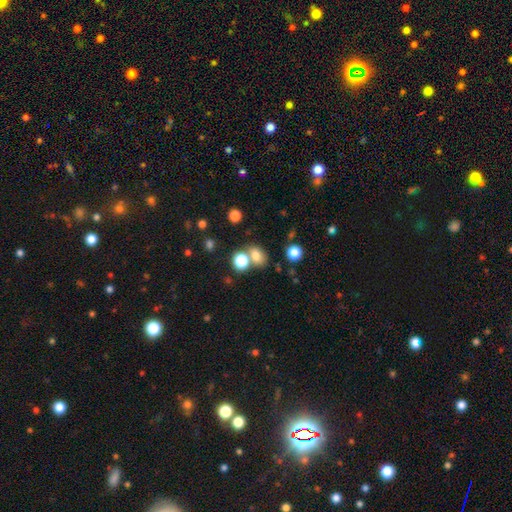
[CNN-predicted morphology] Smooth or featured? Predicted: smooth (p=0.75). How rounded? Predicted: in between (p=0.57). Merging? Predicted: none (p=0.57).